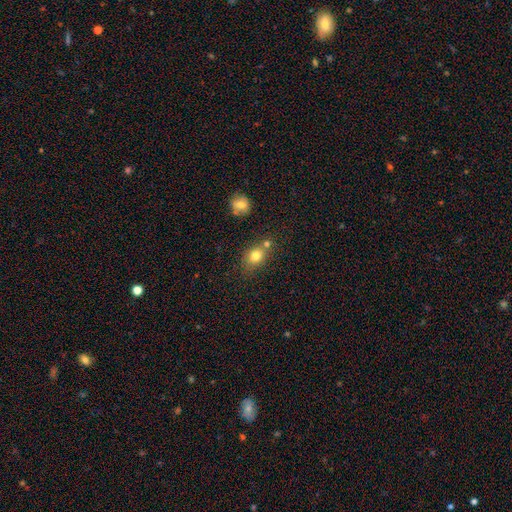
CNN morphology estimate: A smooth galaxy with no disk features (78%) that is in between round and cigar-shaped (53%).

Vote fractions:
- Smooth or featured? smooth: 78% / star or artifact: 12% / featured or disk: 10%
- How rounded? in between: 53% / round: 45% / cigar-shaped: 2%
- Merging? none: 59% / merger: 22% / minor disturbance: 14% / major disturbance: 4%